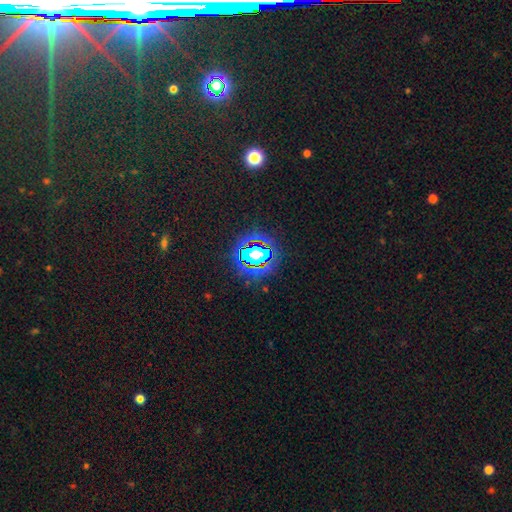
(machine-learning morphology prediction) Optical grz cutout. It shows a star or artifact, not a galaxy (62%).